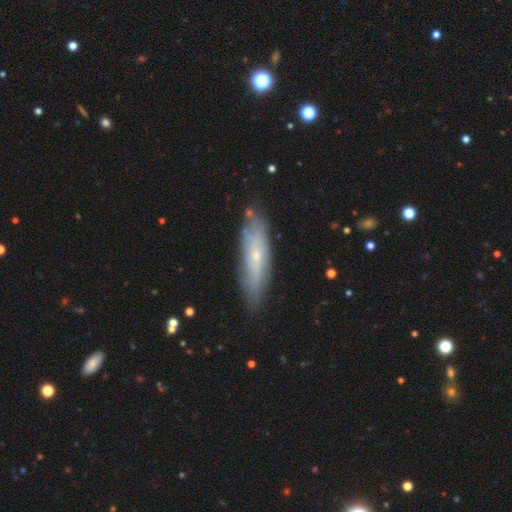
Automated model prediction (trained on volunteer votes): smooth_or_featured: featured or disk (p=0.50) [alt: smooth p=0.43]
merging: none (p=0.76) [alt: minor disturbance p=0.18]